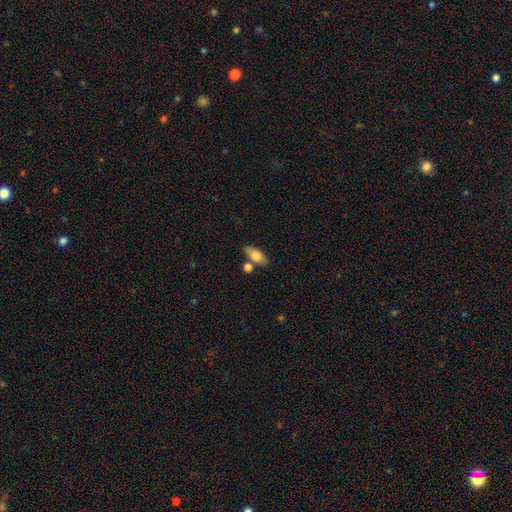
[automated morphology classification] A smooth galaxy with no disk features (77%) that is in between round and cigar-shaped (85%). Merging: none (66%).